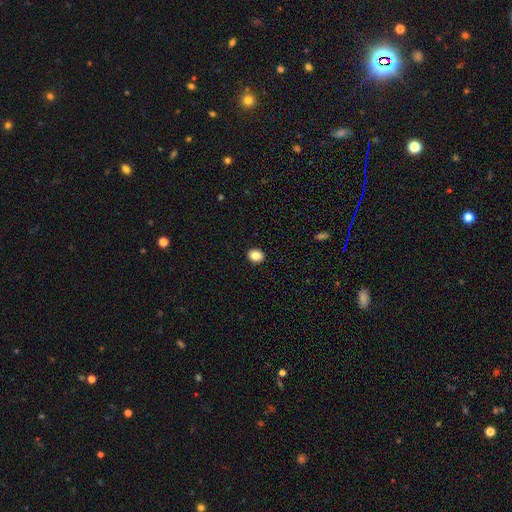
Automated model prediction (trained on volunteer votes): This appears to be a smooth galaxy with no disk features (86%) that is round (57%). Merging: none (92%).